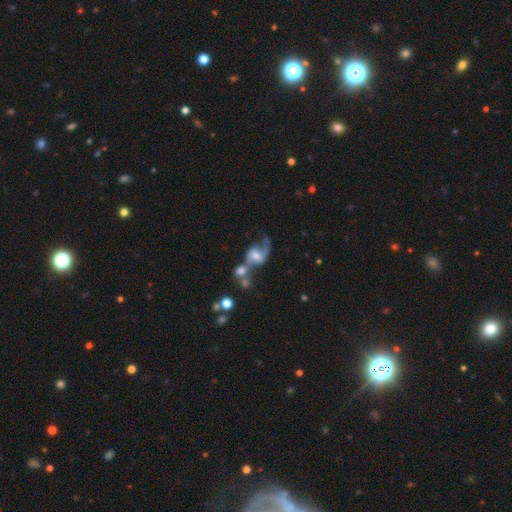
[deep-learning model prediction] featured or disk 66%, smooth 25%, star or artifact 9%. Down the decision tree: edge-on disk — no (97%); bar — no (48%); spiral arms — yes (84%); spiral arm count — 2 (63%); spiral winding — loose (69%); bulge size — moderate (47%); merging — merger (47%).